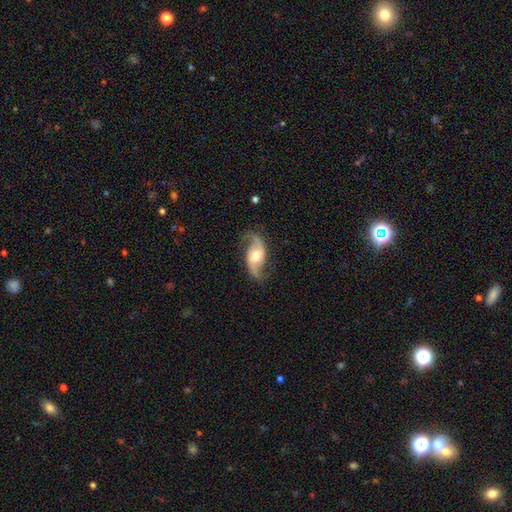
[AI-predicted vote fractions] A featured or disk galaxy (88%) with no bar (48%), 2 (93%) loose (61%) spiral arms (97%) and a moderate central bulge (62%).

Vote fractions:
- Smooth or featured? featured or disk: 88% / smooth: 7% / star or artifact: 5%
- Edge-on disk? no: 96% / yes: 4%
- Bar? no: 48% / weak: 41% / strong: 11%
- Spiral arms? yes: 97% / no: 3%
- Spiral winding? loose: 61% / medium: 31% / tight: 8%
- Spiral arm count? 2: 93% / can't tell: 2% / 1: 2% / 3: 1% / 4: 1% / more than 4: 1%
- Bulge size? moderate: 62% / large: 18% / small: 16% / none: 2% / dominant: 2%
- Merging? none: 78% / minor disturbance: 14% / major disturbance: 6% / merger: 1%